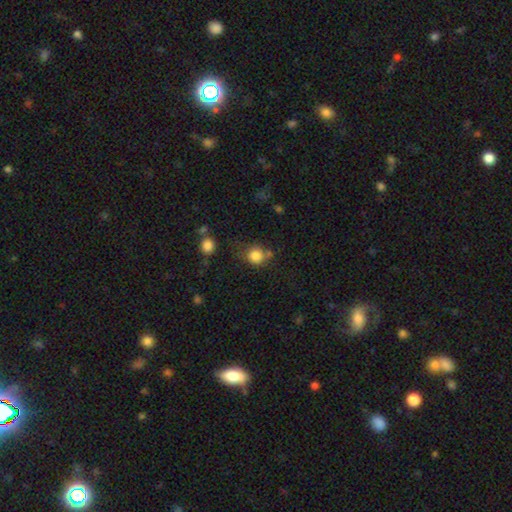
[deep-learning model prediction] This appears to be a smooth galaxy with no disk features (83%) that is round (85%). Merging: none (61%).